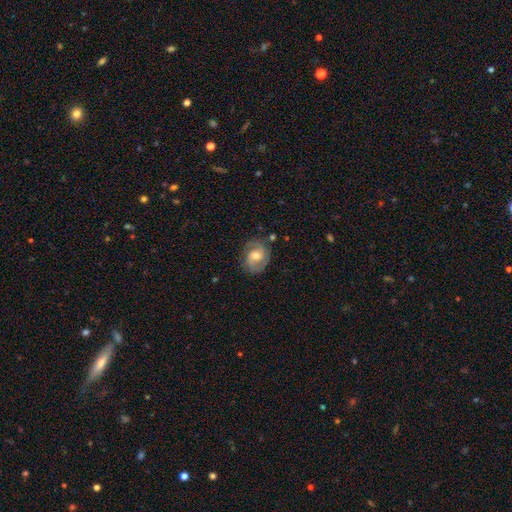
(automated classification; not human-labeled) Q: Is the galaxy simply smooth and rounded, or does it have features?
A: featured or disk — 63%.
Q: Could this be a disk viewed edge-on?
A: no — 97%.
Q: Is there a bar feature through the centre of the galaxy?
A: no — 46%.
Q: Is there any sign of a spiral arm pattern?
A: yes — 87%.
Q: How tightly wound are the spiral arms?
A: medium — 48%.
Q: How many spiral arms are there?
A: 2 — 80%.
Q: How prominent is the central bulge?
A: moderate — 69%.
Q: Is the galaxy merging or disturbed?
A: none — 75%.